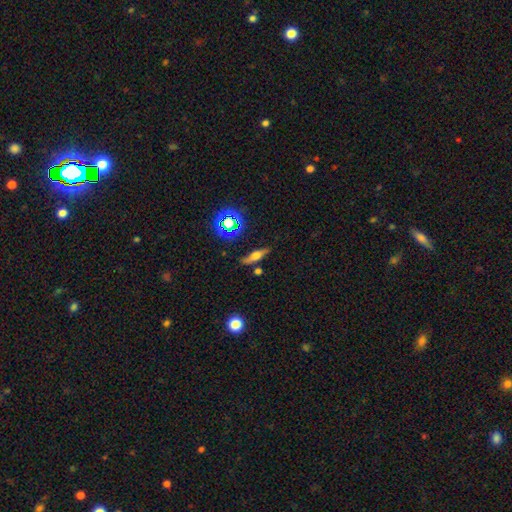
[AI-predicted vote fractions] Smooth or featured? Predicted: featured or disk (p=0.48). Merging? Predicted: none (p=0.78).